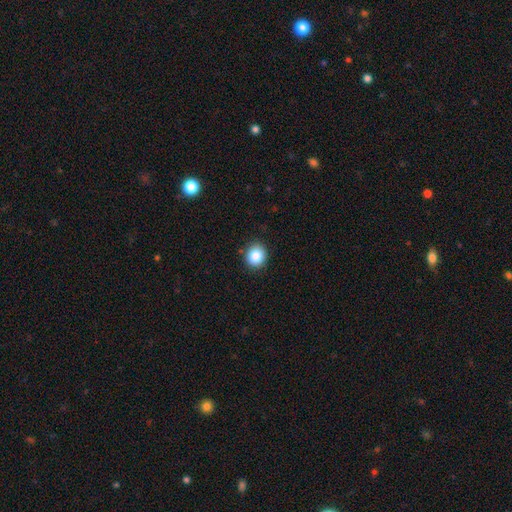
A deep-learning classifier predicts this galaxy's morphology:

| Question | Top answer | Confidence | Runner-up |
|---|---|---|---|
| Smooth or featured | smooth | 85% | star or artifact (10%) |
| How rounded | round | 80% | in between (19%) |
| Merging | none | 90% | minor disturbance (7%) |